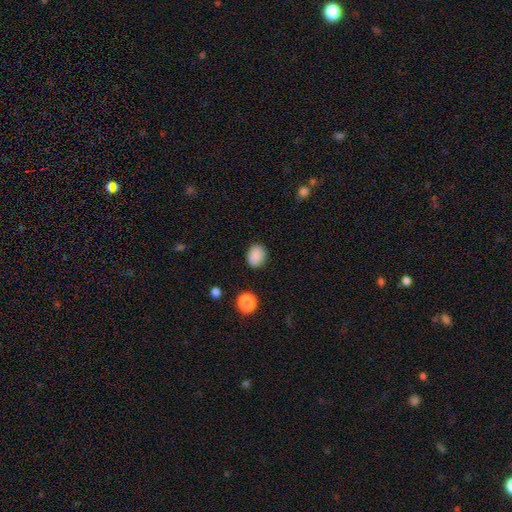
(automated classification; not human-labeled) Smooth or featured? smooth (87%)
How rounded? in between (51%)
Merging? none (86%)